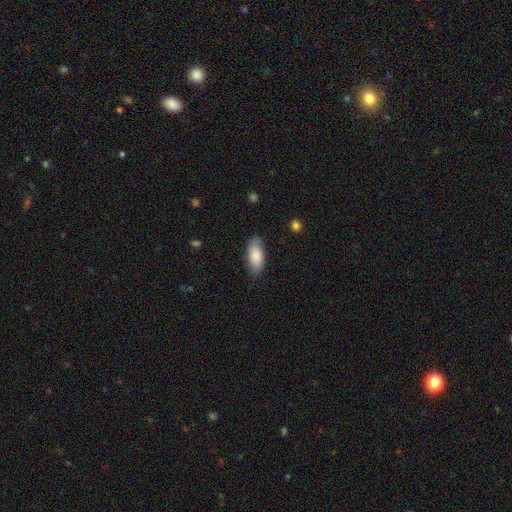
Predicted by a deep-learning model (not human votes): Smooth or featured? Predicted: smooth (p=0.86). How rounded? Predicted: in between (p=0.86). Merging? Predicted: none (p=0.82).